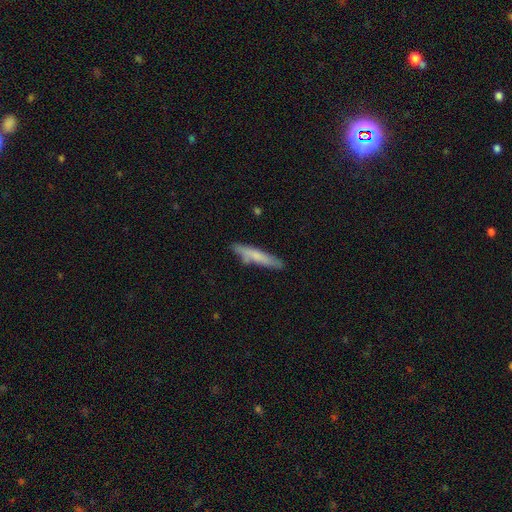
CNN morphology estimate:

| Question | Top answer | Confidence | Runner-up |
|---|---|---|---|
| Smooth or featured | smooth | 68% | featured or disk (26%) |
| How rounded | cigar-shaped | 91% | in between (8%) |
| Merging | none | 80% | minor disturbance (14%) |